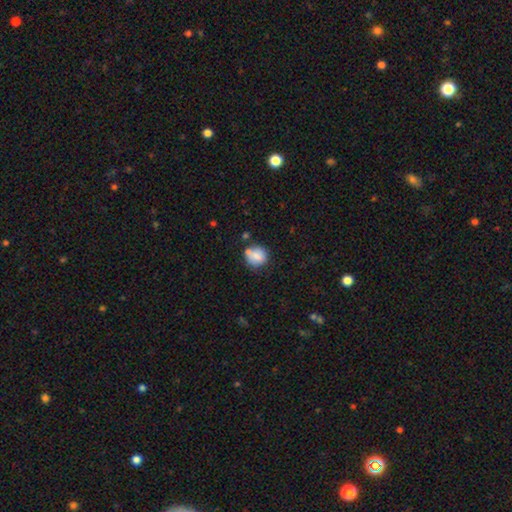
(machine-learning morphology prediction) type=smooth (78%); roundness=round (85%); merging=none (63%).